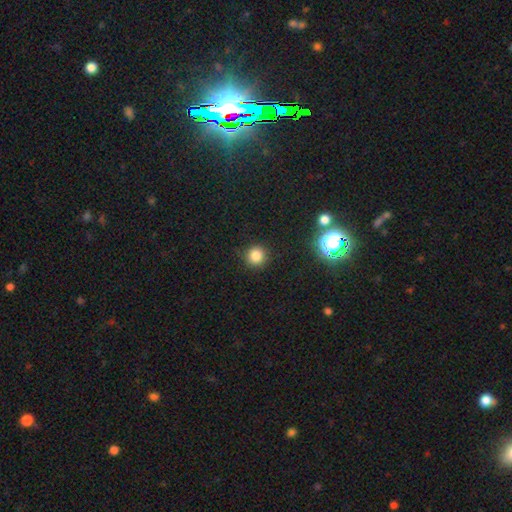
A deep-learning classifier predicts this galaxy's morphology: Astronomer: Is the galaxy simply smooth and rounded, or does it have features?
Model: smooth — 80%.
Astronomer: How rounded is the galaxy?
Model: round — 94%.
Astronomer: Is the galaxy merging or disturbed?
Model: none — 89%.